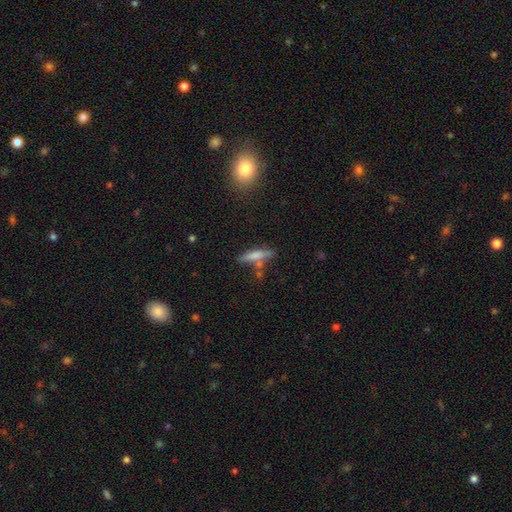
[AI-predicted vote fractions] Smooth or featured? smooth (70%)
How rounded? cigar-shaped (78%)
Merging? none (67%)